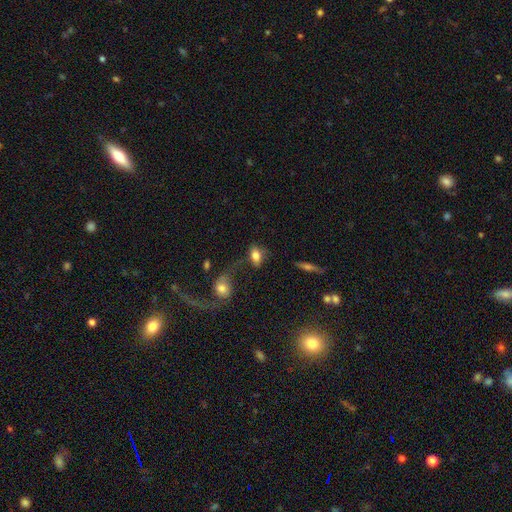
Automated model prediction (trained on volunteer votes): Smooth or featured? Predicted: smooth (p=0.72). How rounded? Predicted: in between (p=0.81). Merging? Predicted: none (p=0.42).